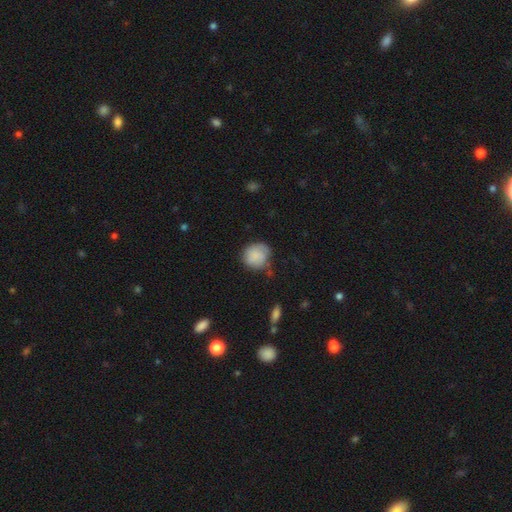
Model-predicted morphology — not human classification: Q: Smooth or featured?
A: smooth (81%); runner-up: featured or disk (11%)
Q: How rounded?
A: round (82%); runner-up: in between (17%)
Q: Merging?
A: none (59%); runner-up: minor disturbance (28%)